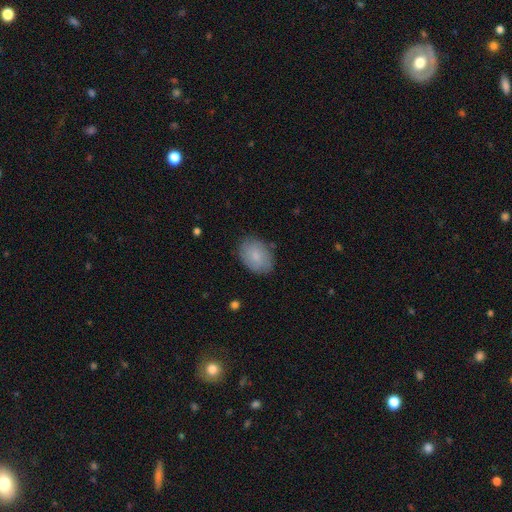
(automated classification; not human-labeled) Overall: smooth (80%). How rounded: in between (82%). Merging: none (82%).